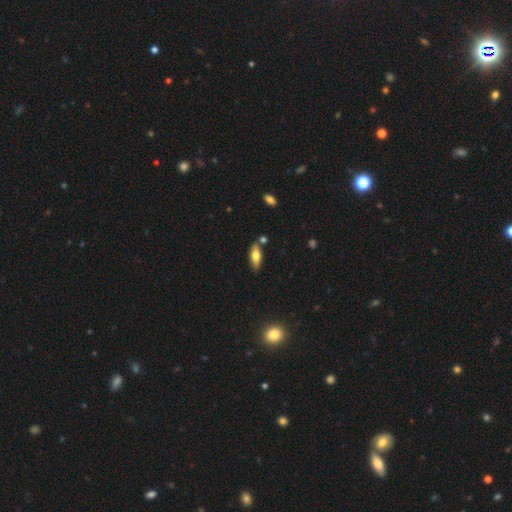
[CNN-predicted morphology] Smooth or featured?
  - smooth: 69% *
  - featured or disk: 25%
  - star or artifact: 7%
How rounded?
  - in between: 73% *
  - cigar-shaped: 25%
  - round: 2%
Merging?
  - none: 77% *
  - minor disturbance: 13%
  - merger: 7%
  - major disturbance: 3%